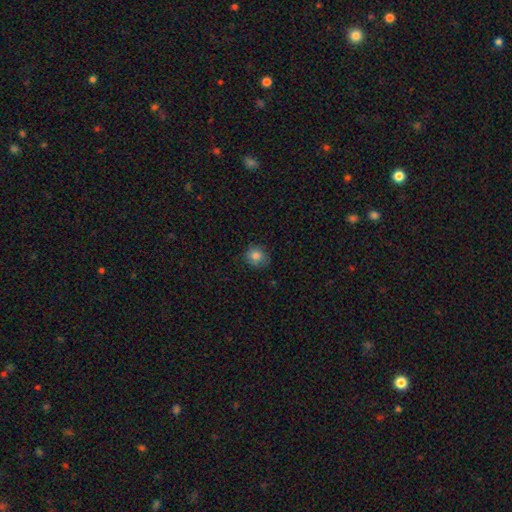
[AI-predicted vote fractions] smooth_or_featured: smooth (p=0.80) [alt: star or artifact p=0.11]
how_rounded: round (p=0.78) [alt: in between p=0.21]
merging: none (p=0.78) [alt: minor disturbance p=0.17]